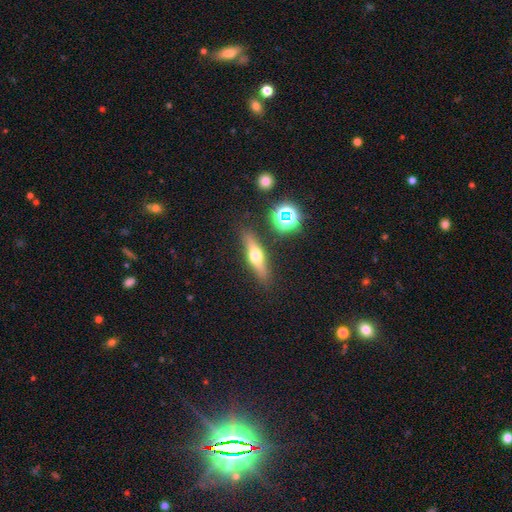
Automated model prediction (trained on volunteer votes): This is possibly a featured or disk galaxy (53%). It is clearly viewed edge-on (92%). Merging: clearly none (86%).